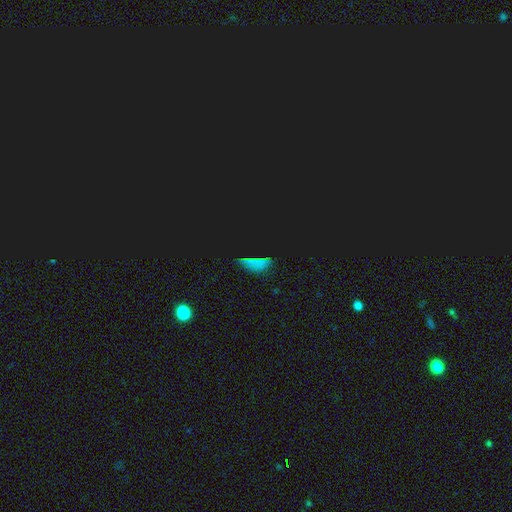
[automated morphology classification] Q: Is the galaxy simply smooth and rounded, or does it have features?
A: star or artifact — 65%.